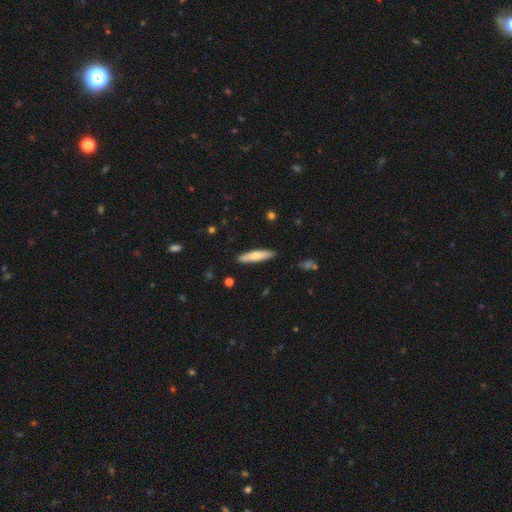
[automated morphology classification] This appears to be a smooth galaxy with no disk features (65%) that is cigar-shaped (77%). Merging: none (89%).